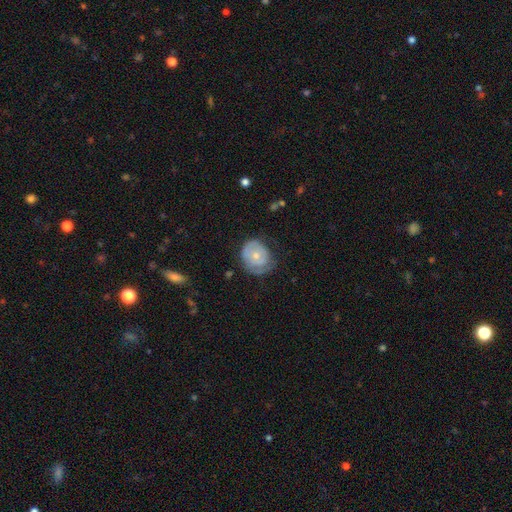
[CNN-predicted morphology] smooth_or_featured: smooth (p=0.48) [alt: featured or disk p=0.46]
merging: none (p=0.52) [alt: minor disturbance p=0.31]